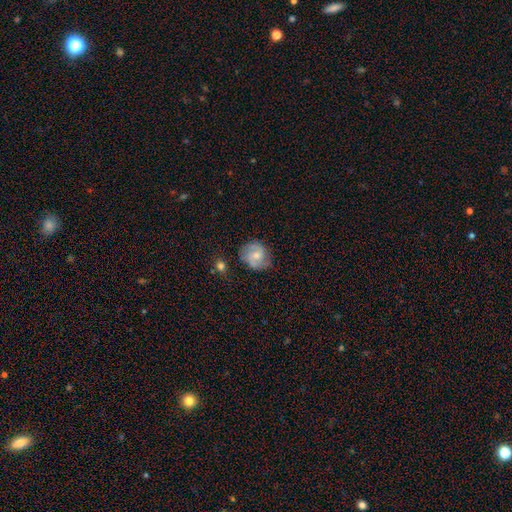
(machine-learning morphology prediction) Smooth or featured?
  - featured or disk: 58% *
  - smooth: 35%
  - star or artifact: 7%
Edge-on disk?
  - no: 98% *
  - yes: 2%
Bar?
  - no: 59% *
  - weak: 36%
  - strong: 6%
Spiral arms?
  - yes: 88% *
  - no: 12%
Bulge size?
  - small: 47% *
  - moderate: 46%
  - none: 4%
  - large: 2%
  - dominant: 1%
Merging?
  - none: 70% *
  - minor disturbance: 21%
  - major disturbance: 6%
  - merger: 3%